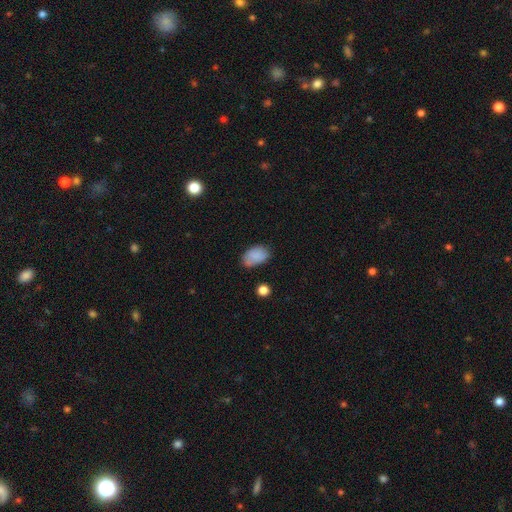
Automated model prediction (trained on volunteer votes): smooth-or-featured: smooth: 84% | star or artifact: 8% | featured or disk: 8%
  how-rounded: in between: 90% | round: 9% | cigar-shaped: 1%
  merging: none: 67% | minor disturbance: 23% | major disturbance: 5% | merger: 4%